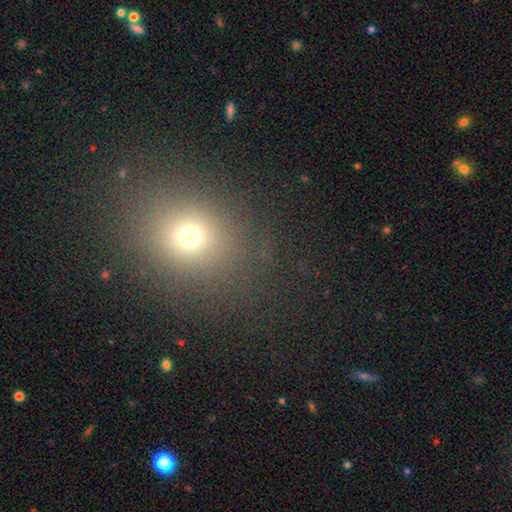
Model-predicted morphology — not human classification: A smooth galaxy with no disk features (63%) that is round (64%).

Vote fractions:
- Smooth or featured? smooth: 63% / star or artifact: 28% / featured or disk: 9%
- How rounded? round: 64% / in between: 34% / cigar-shaped: 1%
- Merging? none: 87% / minor disturbance: 7% / major disturbance: 4% / merger: 2%